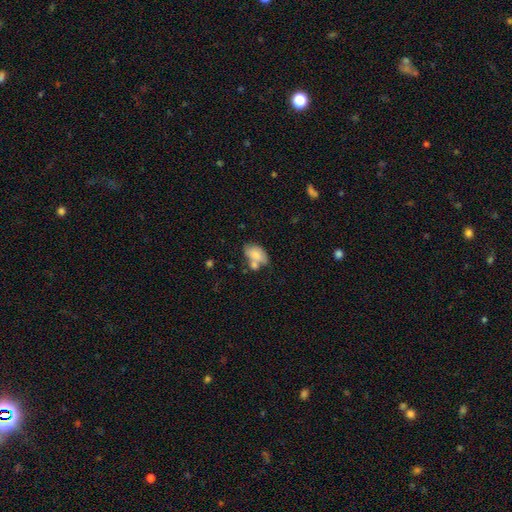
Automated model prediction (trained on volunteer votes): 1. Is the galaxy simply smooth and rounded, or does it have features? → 72% smooth, 20% featured or disk, 8% star or artifact.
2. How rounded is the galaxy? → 88% in between, 11% round, 2% cigar-shaped.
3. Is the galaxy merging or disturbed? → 38% none, 33% merger, 21% minor disturbance, 8% major disturbance.